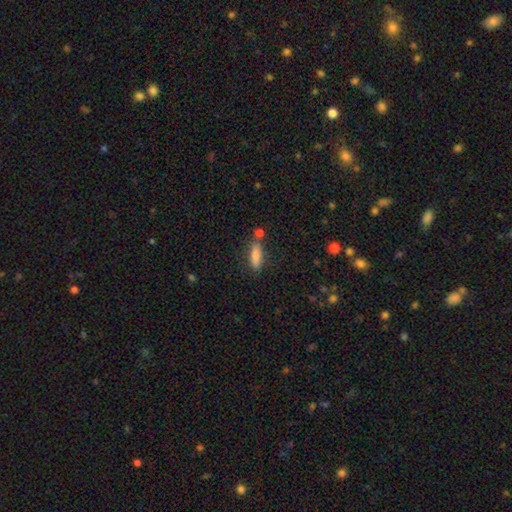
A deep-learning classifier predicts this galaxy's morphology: Smooth or featured? smooth (84%)
How rounded? cigar-shaped (54%)
Merging? none (72%)